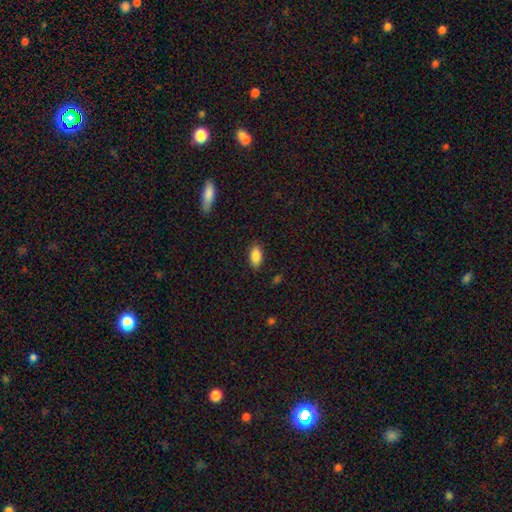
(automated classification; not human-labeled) Overall: smooth (87%). How rounded: in between (92%). Merging: none (86%).